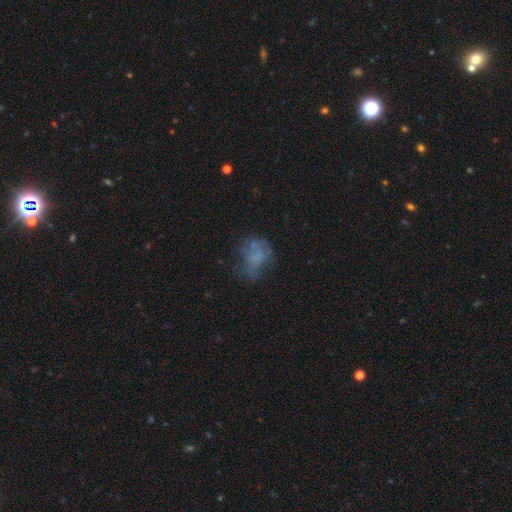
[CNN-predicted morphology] This is possibly a smooth galaxy (47%). Merging: marginally none (44%).